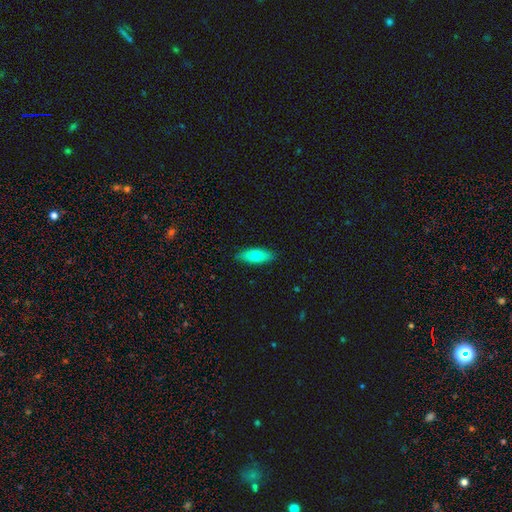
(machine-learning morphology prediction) Overall: smooth (76%). How rounded: in between (71%). Merging: none (87%).